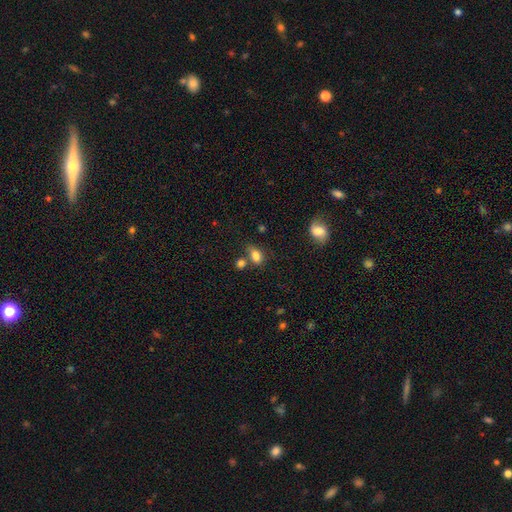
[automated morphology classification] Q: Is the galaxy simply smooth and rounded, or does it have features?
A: smooth — 82%.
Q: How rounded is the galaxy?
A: in between — 80%.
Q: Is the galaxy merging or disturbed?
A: none — 55%.